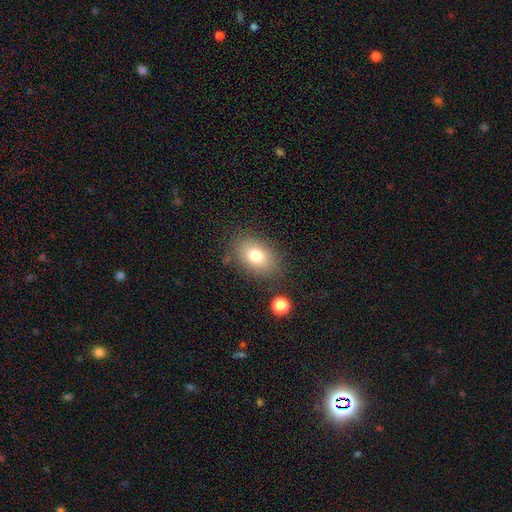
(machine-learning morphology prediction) smooth 78%, featured or disk 12%, star or artifact 10%. Down the decision tree: how rounded — in between (78%); merging — none (81%).